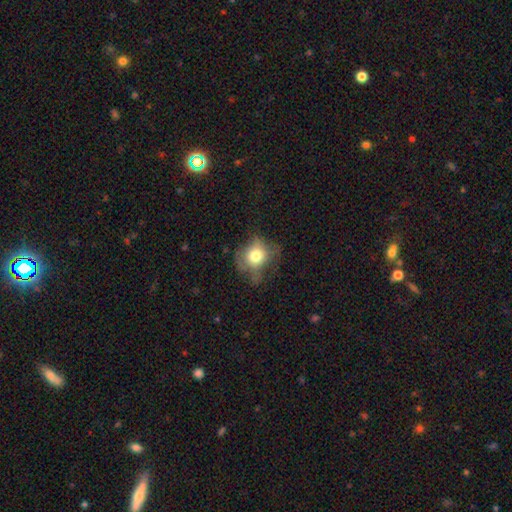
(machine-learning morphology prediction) smooth 69%, featured or disk 20%, star or artifact 11%. Down the decision tree: how rounded — round (66%); merging — none (47%).